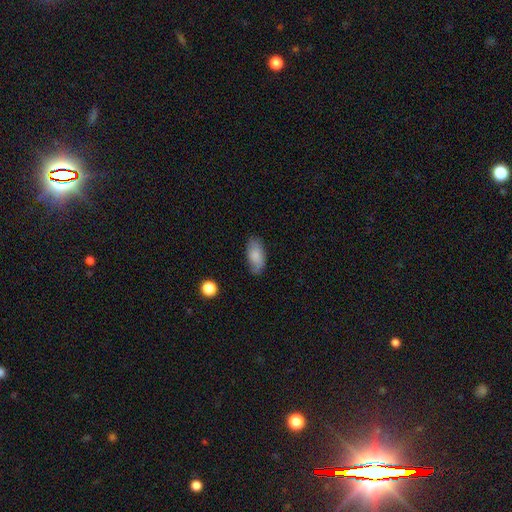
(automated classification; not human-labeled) Q: Smooth or featured?
A: smooth (78%); runner-up: featured or disk (14%)
Q: How rounded?
A: in between (93%); runner-up: cigar-shaped (4%)
Q: Merging?
A: none (74%); runner-up: minor disturbance (20%)